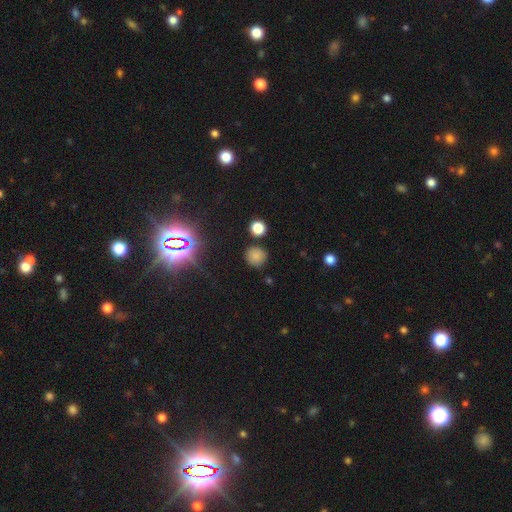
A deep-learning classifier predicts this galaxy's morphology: Smooth or featured: smooth — 75% (star or artifact — 18%)
How rounded: round — 92% (in between — 7%)
Merging: none — 83% (minor disturbance — 10%)